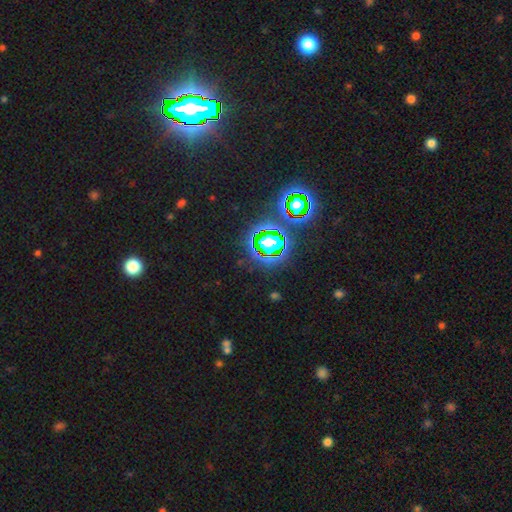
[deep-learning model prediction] A star or artifact, not a galaxy (80%).